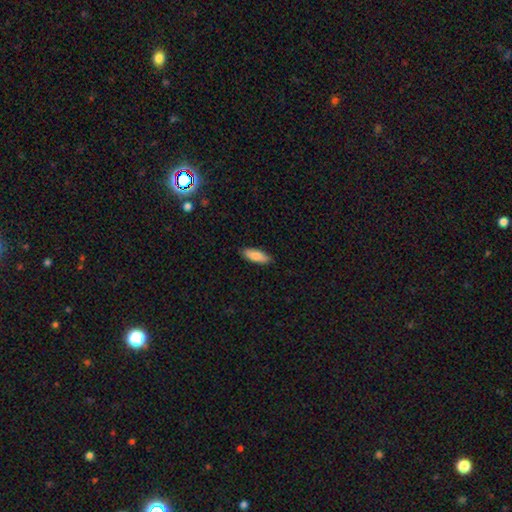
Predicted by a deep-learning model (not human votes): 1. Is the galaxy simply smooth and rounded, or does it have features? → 86% smooth, 8% featured or disk, 6% star or artifact.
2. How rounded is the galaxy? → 68% in between, 30% cigar-shaped, 2% round.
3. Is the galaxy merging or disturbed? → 87% none, 10% minor disturbance, 2% major disturbance, 1% merger.